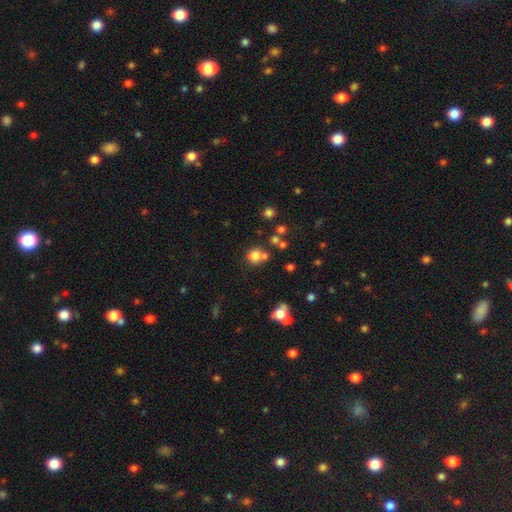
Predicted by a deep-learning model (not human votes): The model was most divided on "merging": none: 56%, merger: 28%, minor disturbance: 11%, major disturbance: 5%. More confident: how rounded — round (86%); smooth or featured — smooth (74%).